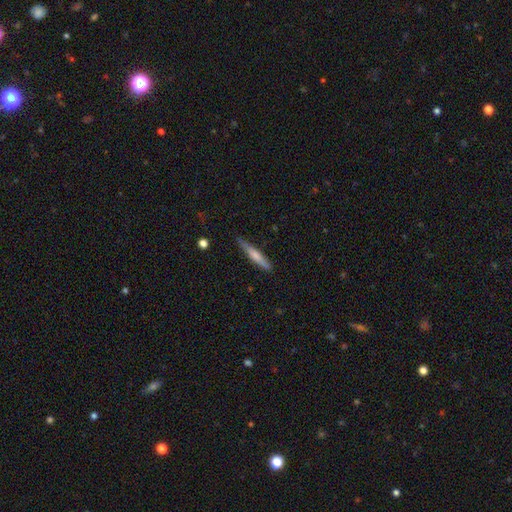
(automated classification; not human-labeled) A smooth galaxy with no disk features (57%) that is cigar-shaped (93%).

Vote fractions:
- Smooth or featured? smooth: 57% / featured or disk: 37% / star or artifact: 6%
- How rounded? cigar-shaped: 93% / in between: 6% / round: 1%
- Merging? none: 82% / minor disturbance: 14% / major disturbance: 2% / merger: 2%